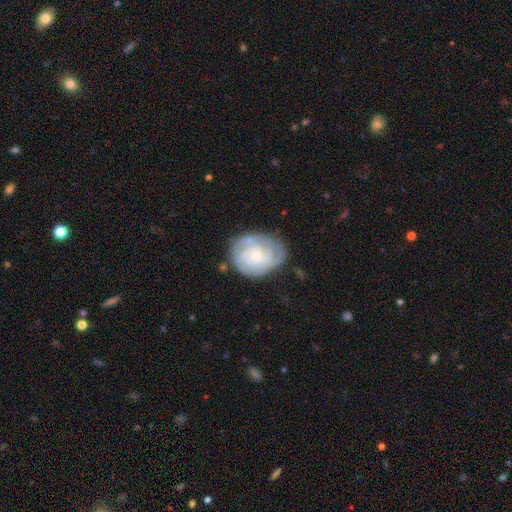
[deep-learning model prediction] Smooth or featured?
  - featured or disk: 82% *
  - smooth: 11%
  - star or artifact: 6%
Edge-on disk?
  - no: 98% *
  - yes: 2%
Bar?
  - no: 75% *
  - weak: 21%
  - strong: 4%
Spiral arms?
  - yes: 96% *
  - no: 4%
Spiral winding?
  - tight: 74% *
  - medium: 22%
  - loose: 4%
Spiral arm count?
  - 3: 27% * (tied)
  - can't tell: 27% * (tied)
  - 4: 19%
  - 2: 17%
  - more than 4: 6%
  - 1: 5%
Bulge size?
  - small: 69% *
  - moderate: 27%
  - none: 2%
  - large: 1%
  - dominant: 1%
Merging?
  - none: 73% *
  - minor disturbance: 19%
  - major disturbance: 6%
  - merger: 2%